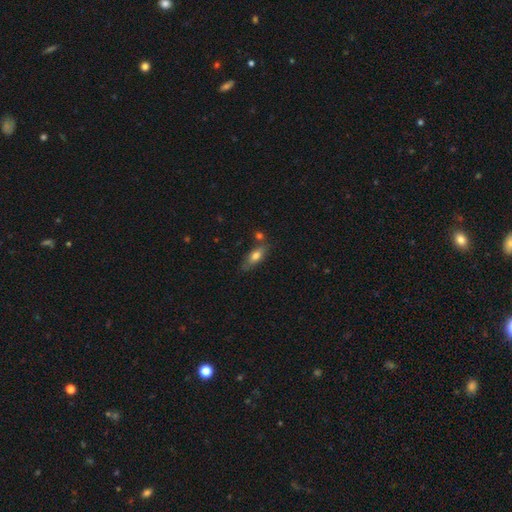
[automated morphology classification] Overall: smooth (70%). How rounded: in between (74%). Merging: none (66%).